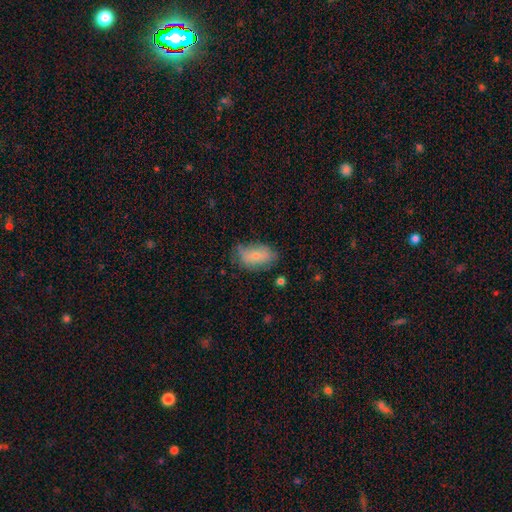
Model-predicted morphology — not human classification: smooth-or-featured: smooth: 70% | featured or disk: 22% | star or artifact: 8%
  how-rounded: in between: 91% | round: 6% | cigar-shaped: 3%
  merging: none: 57% | minor disturbance: 31% | major disturbance: 9% | merger: 2%